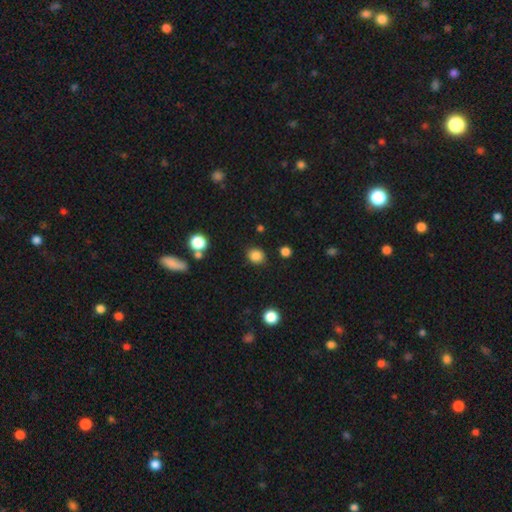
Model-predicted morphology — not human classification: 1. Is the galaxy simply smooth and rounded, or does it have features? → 85% smooth, 12% star or artifact, 3% featured or disk.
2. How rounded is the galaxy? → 73% round, 26% in between, 1% cigar-shaped.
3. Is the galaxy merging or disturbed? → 86% none, 9% minor disturbance, 3% major disturbance, 2% merger.